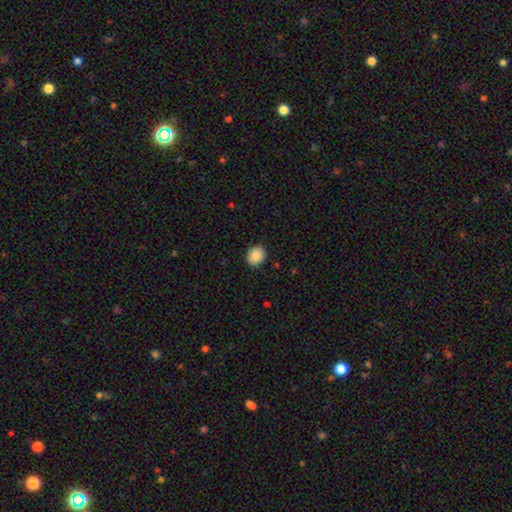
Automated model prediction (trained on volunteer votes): Smooth or featured: smooth — 88% (star or artifact — 8%)
How rounded: round — 63% (in between — 36%)
Merging: none — 90% (minor disturbance — 7%)